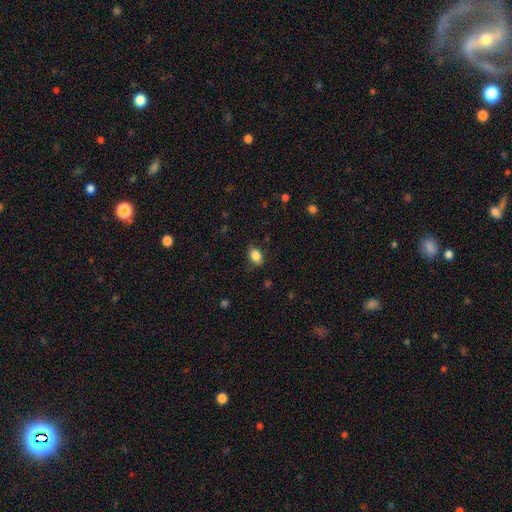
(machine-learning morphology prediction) A smooth galaxy with no disk features (86%) that is in between round and cigar-shaped (79%). Merging: none (84%).